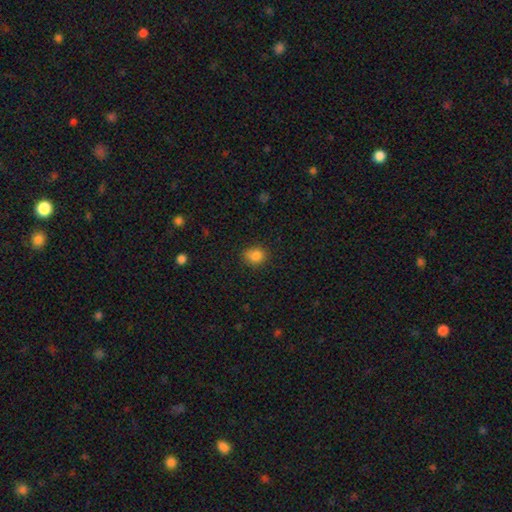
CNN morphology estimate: Smooth or featured: smooth — 85% (star or artifact — 11%)
How rounded: round — 67% (in between — 32%)
Merging: none — 78% (minor disturbance — 17%)